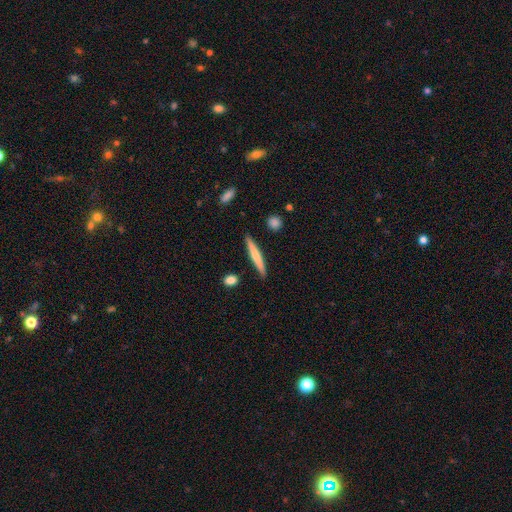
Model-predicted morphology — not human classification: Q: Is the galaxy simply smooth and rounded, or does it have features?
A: smooth — 58%.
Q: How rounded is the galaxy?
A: cigar-shaped — 95%.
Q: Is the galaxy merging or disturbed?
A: none — 89%.